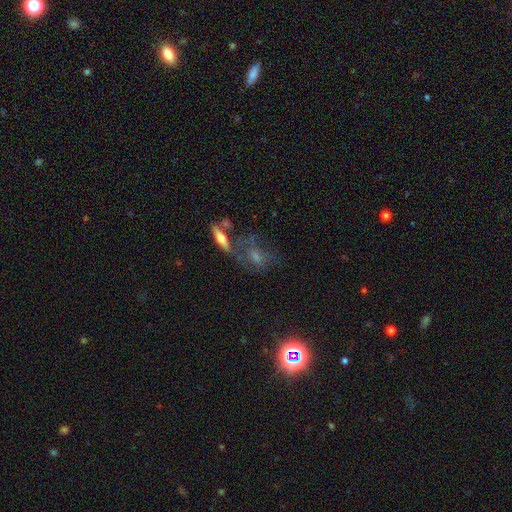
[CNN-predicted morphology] Overall: smooth (41%; featured or disk 40%). Merging: none (44%; merger 19%).